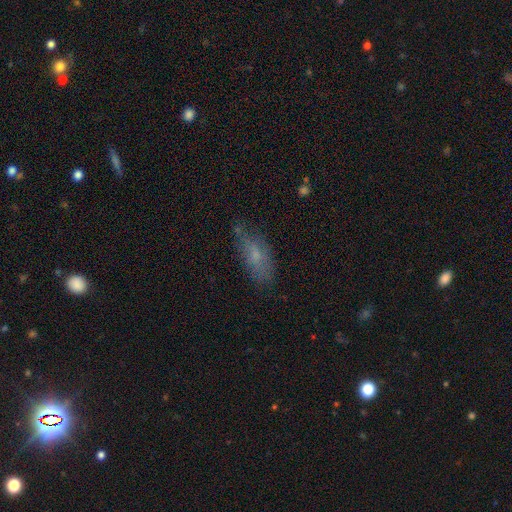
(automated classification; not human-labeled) smooth 63%, featured or disk 27%, star or artifact 10%. Down the decision tree: how rounded — in between (75%); merging — none (58%).